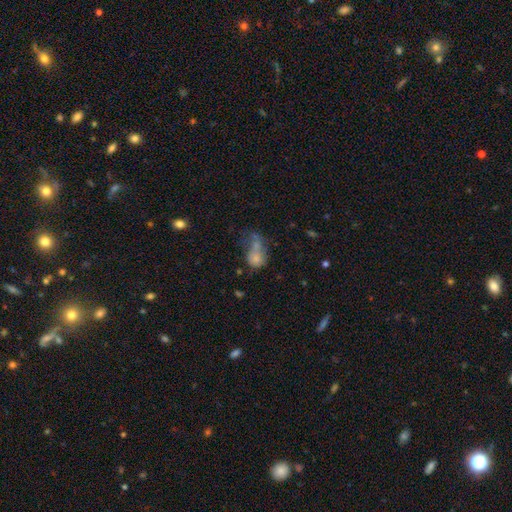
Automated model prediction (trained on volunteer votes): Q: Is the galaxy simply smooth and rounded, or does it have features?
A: smooth — 66%.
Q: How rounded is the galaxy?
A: in between — 62%.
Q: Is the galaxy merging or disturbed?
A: merger — 45%.